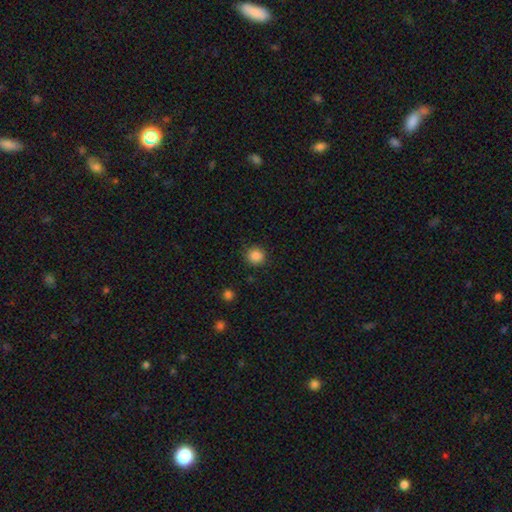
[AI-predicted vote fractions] This appears to be a smooth galaxy with no disk features (87%) that is round (93%). Merging: none (90%).